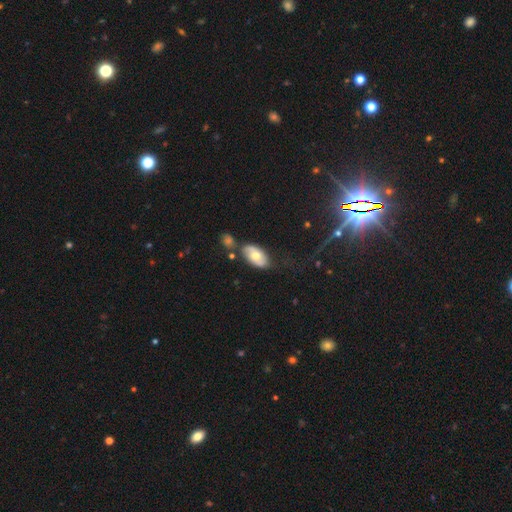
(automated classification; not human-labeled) Smooth or featured?
  - smooth: 54% *
  - featured or disk: 39%
  - star or artifact: 7%
How rounded?
  - in between: 92% *
  - round: 5%
  - cigar-shaped: 2%
Merging?
  - none: 62% *
  - minor disturbance: 19%
  - merger: 13%
  - major disturbance: 6%